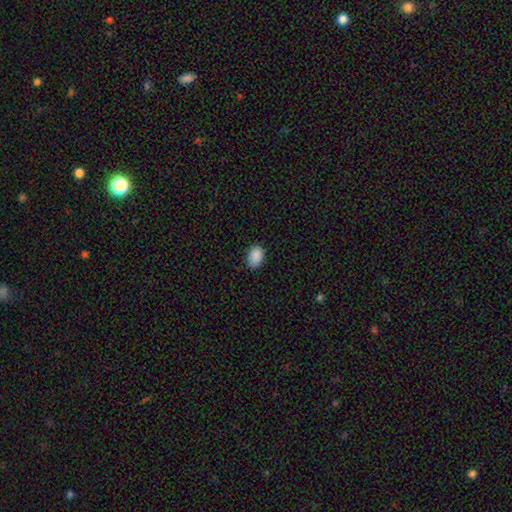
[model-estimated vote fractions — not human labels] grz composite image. It shows a smooth galaxy with no disk features (89%) that is in between round and cigar-shaped (84%). Merging: none (83%).